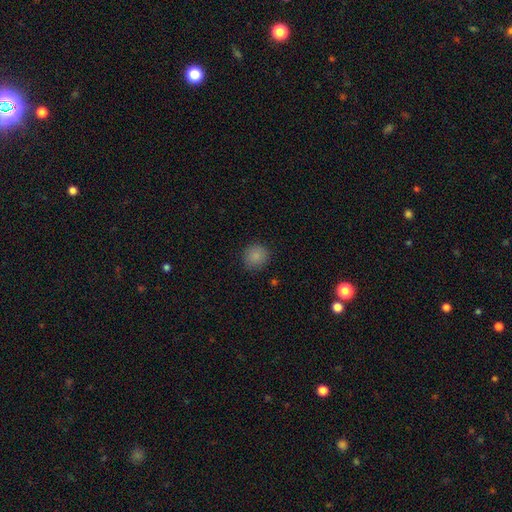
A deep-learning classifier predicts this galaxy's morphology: type=smooth (86%); roundness=round (89%); merging=none (87%).